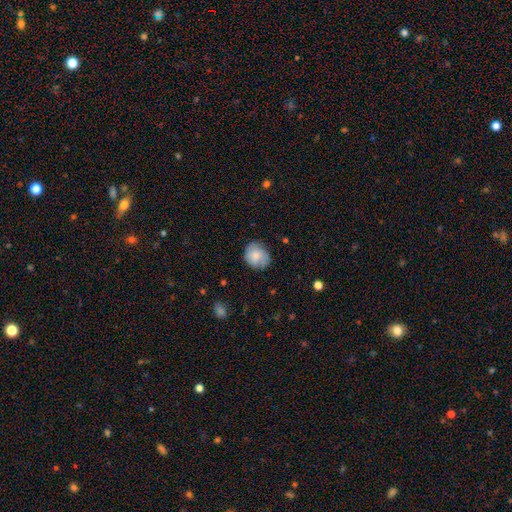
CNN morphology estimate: The model was most divided on "how rounded": round: 72%, in between: 27%, cigar-shaped: 1%. More confident: smooth or featured — smooth (77%); merging — none (73%).